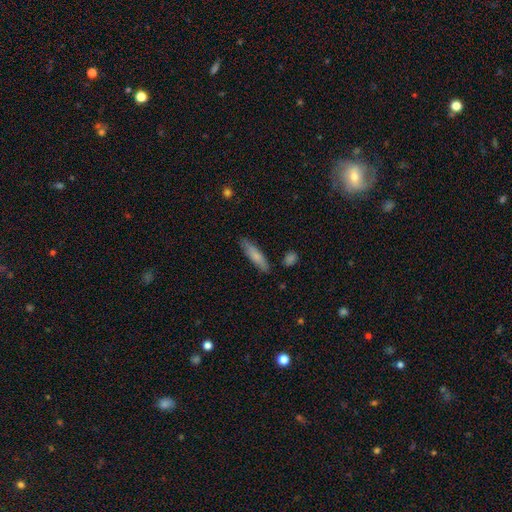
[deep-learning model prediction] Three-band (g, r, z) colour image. It shows a smooth galaxy with no disk features (75%) that is cigar-shaped (75%). Merging: none (82%).